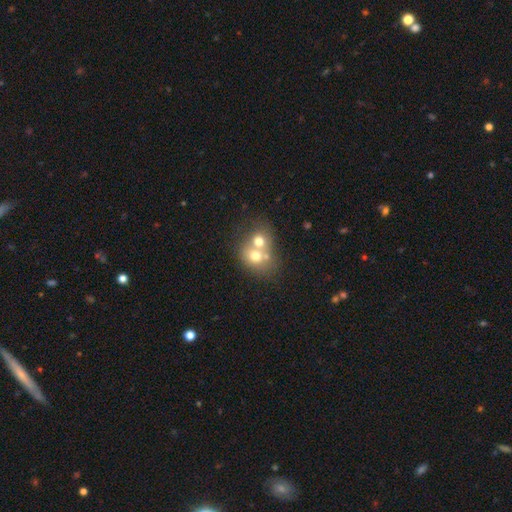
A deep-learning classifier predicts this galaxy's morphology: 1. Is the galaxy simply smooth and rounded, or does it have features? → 64% smooth, 25% featured or disk, 12% star or artifact.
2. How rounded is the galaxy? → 66% round, 33% in between, 1% cigar-shaped.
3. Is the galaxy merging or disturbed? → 66% merger, 25% none, 6% minor disturbance, 3% major disturbance.